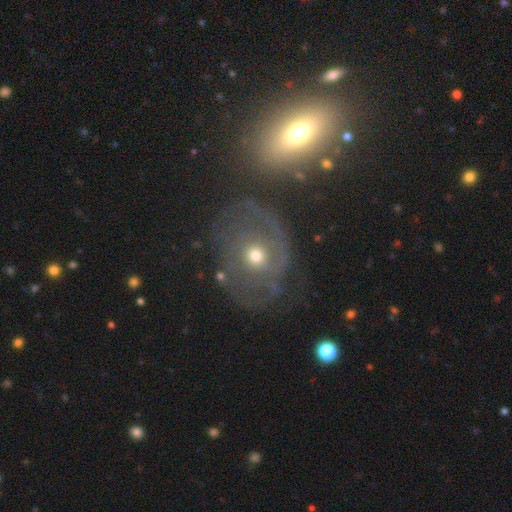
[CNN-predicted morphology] Smooth or featured: featured or disk — 65% (smooth — 23%)
Edge-on disk: no — 96% (yes — 4%)
Bar: no — 78% (weak — 17%)
Spiral arms: yes — 66% (no — 34%)
Bulge size: moderate — 52% (small — 42%)
Merging: none — 51% (major disturbance — 21%)